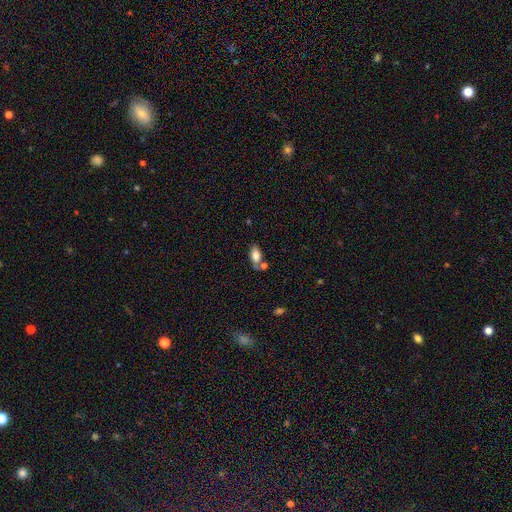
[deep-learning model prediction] Smooth or featured: smooth — 78% (featured or disk — 14%)
How rounded: in between — 90% (cigar-shaped — 5%)
Merging: none — 56% (merger — 22%)